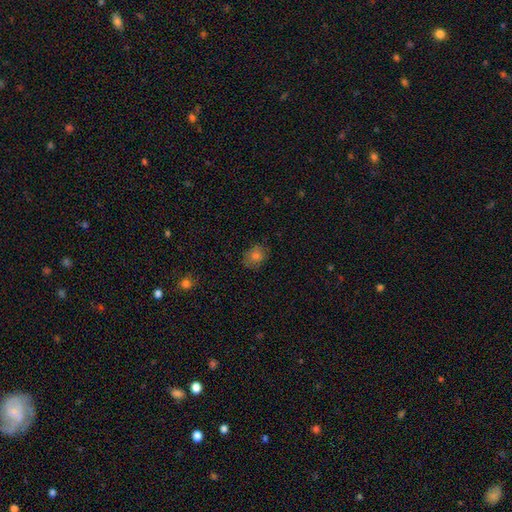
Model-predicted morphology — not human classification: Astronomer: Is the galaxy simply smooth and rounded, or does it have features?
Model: smooth — 70%.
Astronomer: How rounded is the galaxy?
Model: round — 54% (runner-up: in between, 45%).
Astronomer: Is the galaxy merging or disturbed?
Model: none — 77%.